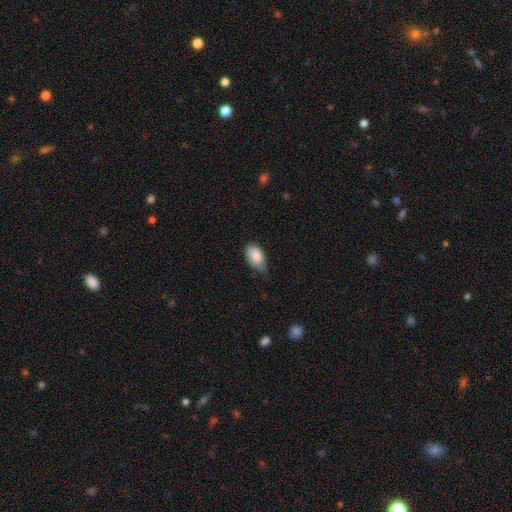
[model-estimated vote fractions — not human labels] A smooth galaxy with no disk features (85%) that is in between round and cigar-shaped (93%). Merging: none (48%).